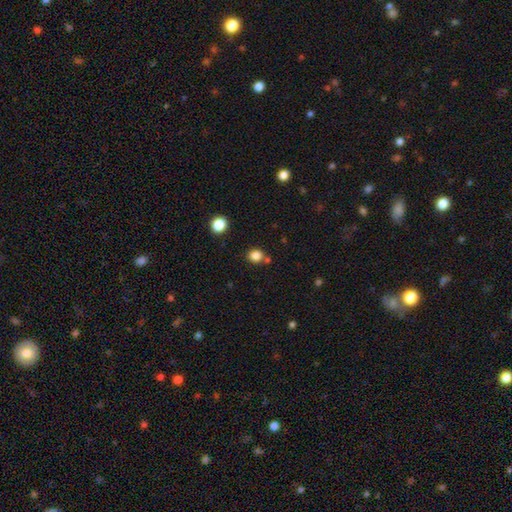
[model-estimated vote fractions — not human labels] Smooth or featured: smooth — 83% (star or artifact — 13%)
How rounded: round — 78% (in between — 21%)
Merging: none — 77% (merger — 11%)